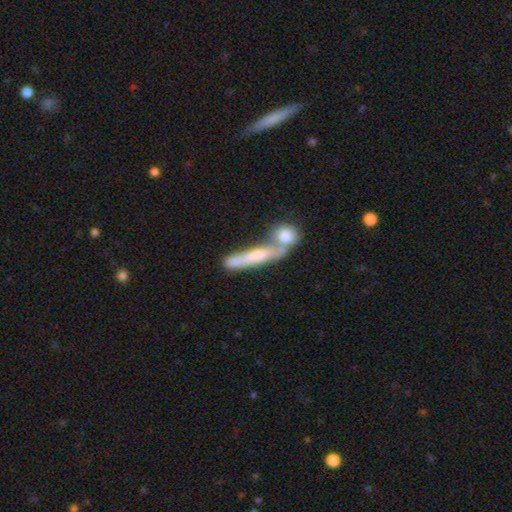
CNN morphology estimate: Smooth or featured? Predicted: featured or disk (p=0.51). Edge-on disk? Predicted: yes (p=0.79). Merging? Predicted: none (p=0.43).